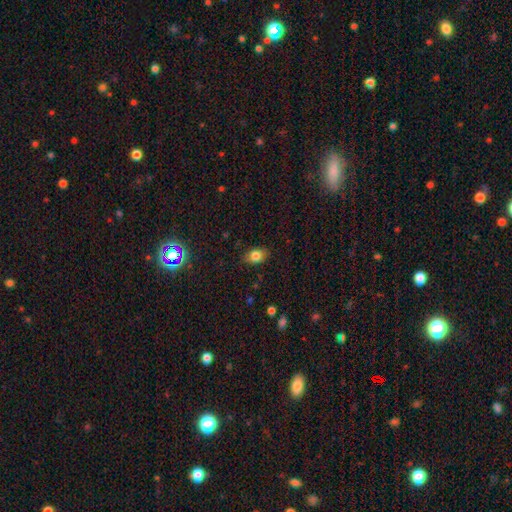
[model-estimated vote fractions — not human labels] Smooth or featured? Predicted: smooth (p=0.80). How rounded? Predicted: in between (p=0.78). Merging? Predicted: none (p=0.84).